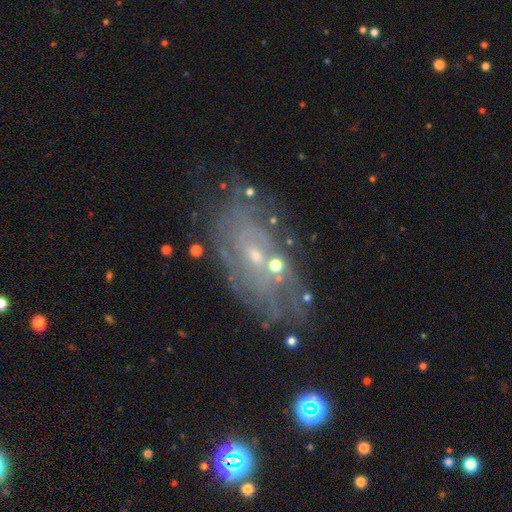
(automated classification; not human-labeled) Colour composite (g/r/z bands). It shows a featured or disk galaxy (72%) with no bar (65%), spiral arms (75%) and a small central bulge (74%). Merging: none (72%).